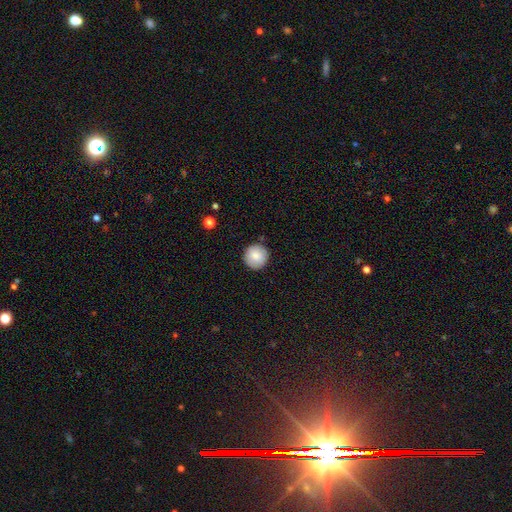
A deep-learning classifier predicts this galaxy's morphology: Smooth or featured: smooth — 84% (featured or disk — 8%)
How rounded: round — 95% (in between — 4%)
Merging: none — 89% (minor disturbance — 8%)